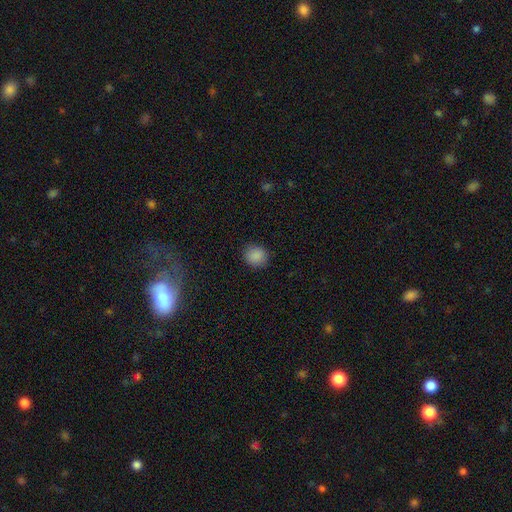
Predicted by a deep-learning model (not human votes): This appears to be a smooth galaxy with no disk features (88%) that is round (84%). Merging: none (89%).